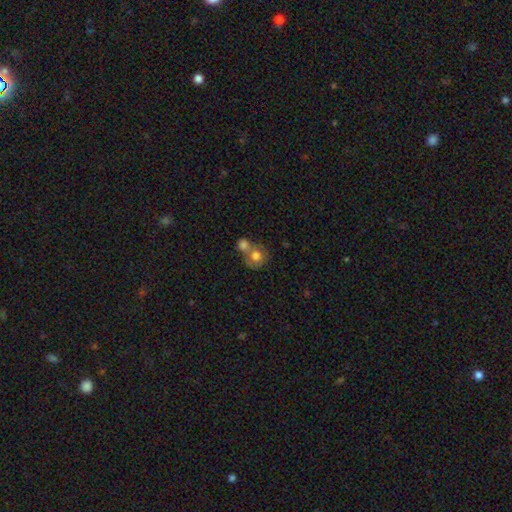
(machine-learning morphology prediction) type=smooth (74%); roundness=round (82%); merging=merger (54%).